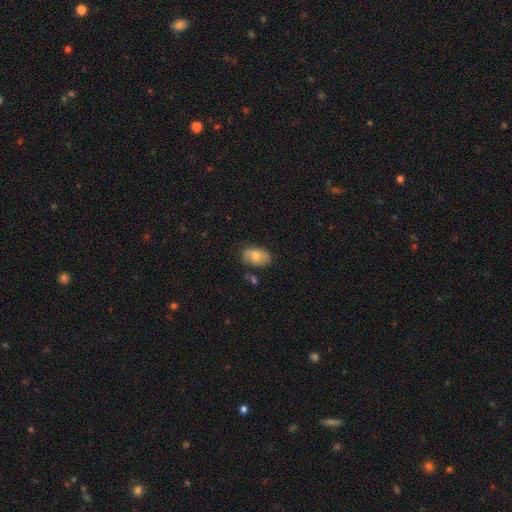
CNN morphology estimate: Smooth or featured? Predicted: smooth (p=0.68). How rounded? Predicted: in between (p=0.88). Merging? Predicted: none (p=0.75).